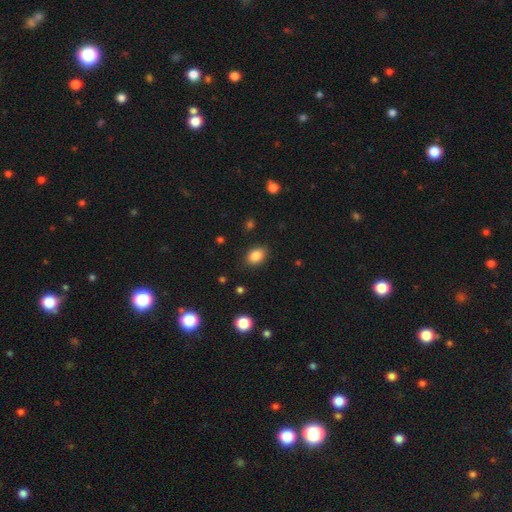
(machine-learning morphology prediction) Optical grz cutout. It shows a smooth galaxy with no disk features (86%) that is in between round and cigar-shaped (77%). Merging: none (87%).